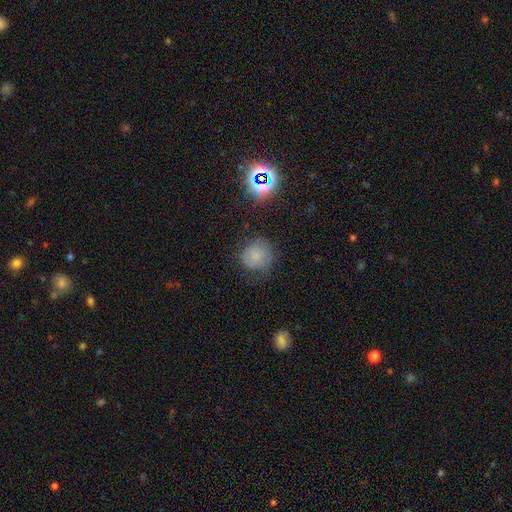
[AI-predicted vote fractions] Smooth or featured? Predicted: smooth (p=0.66). How rounded? Predicted: round (p=0.87). Merging? Predicted: none (p=0.62).